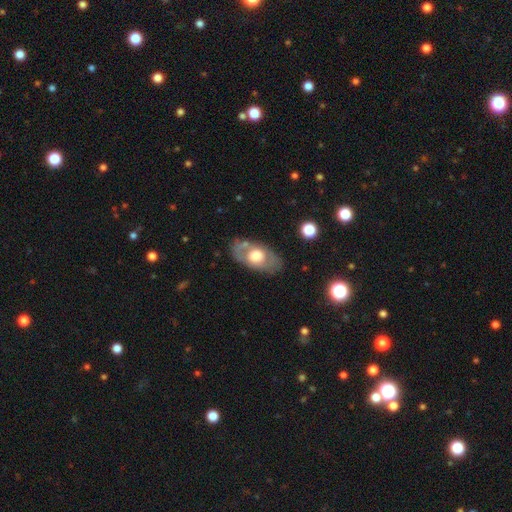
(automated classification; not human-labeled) This appears to be a featured or disk galaxy (50%). Merging: none (74%).